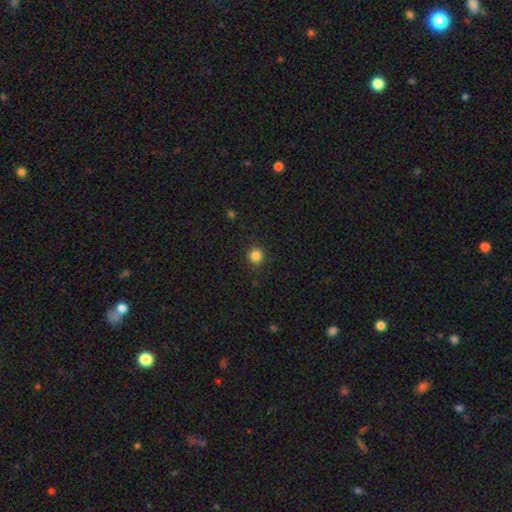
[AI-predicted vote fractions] A smooth galaxy with no disk features (84%) that is round (90%).

Vote fractions:
- Smooth or featured? smooth: 84% / star or artifact: 12% / featured or disk: 4%
- How rounded? round: 90% / in between: 9% / cigar-shaped: 1%
- Merging? none: 87% / minor disturbance: 9% / major disturbance: 3% / merger: 1%